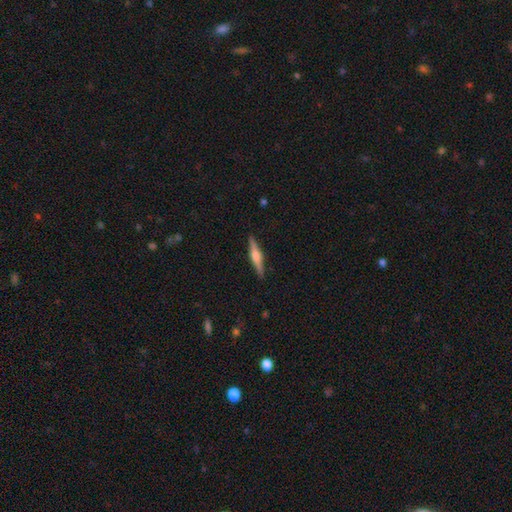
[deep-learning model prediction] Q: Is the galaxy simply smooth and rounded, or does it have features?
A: featured or disk — 67%.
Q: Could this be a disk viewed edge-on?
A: yes — 97%.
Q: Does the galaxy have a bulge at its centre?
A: rounded — 84%.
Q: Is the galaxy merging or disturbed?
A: none — 90%.